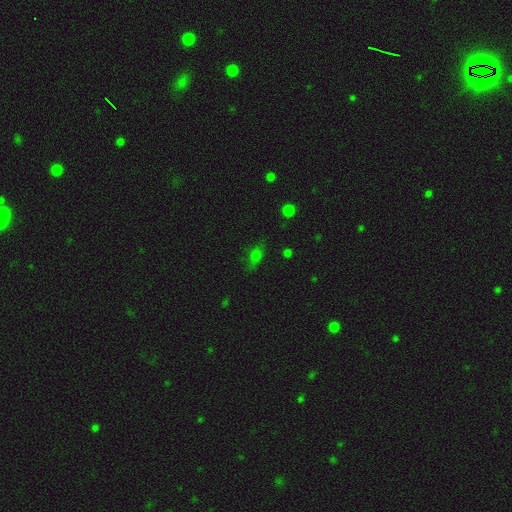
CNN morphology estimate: The model was most divided on "smooth or featured": smooth: 65%, star or artifact: 21%, featured or disk: 13%. More confident: how rounded — in between (73%); merging — none (71%).